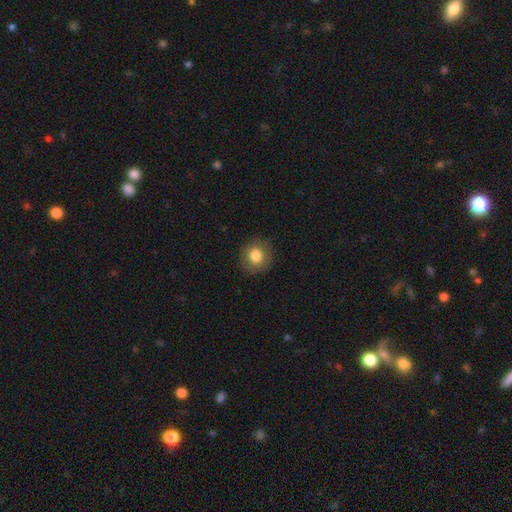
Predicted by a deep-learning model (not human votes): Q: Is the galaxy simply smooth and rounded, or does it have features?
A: smooth — 81%.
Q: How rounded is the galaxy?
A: round — 88%.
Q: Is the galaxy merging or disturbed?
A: none — 89%.